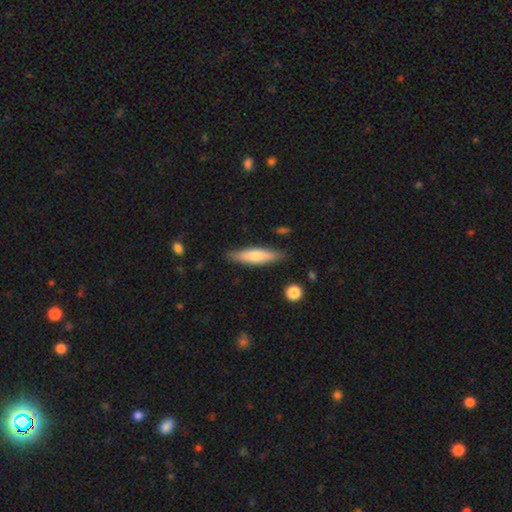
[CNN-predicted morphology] A smooth galaxy with no disk features (62%) that is cigar-shaped (76%).

Vote fractions:
- Smooth or featured? smooth: 62% / featured or disk: 32% / star or artifact: 6%
- How rounded? cigar-shaped: 76% / in between: 23% / round: 2%
- Merging? none: 86% / minor disturbance: 10% / major disturbance: 2% / merger: 2%